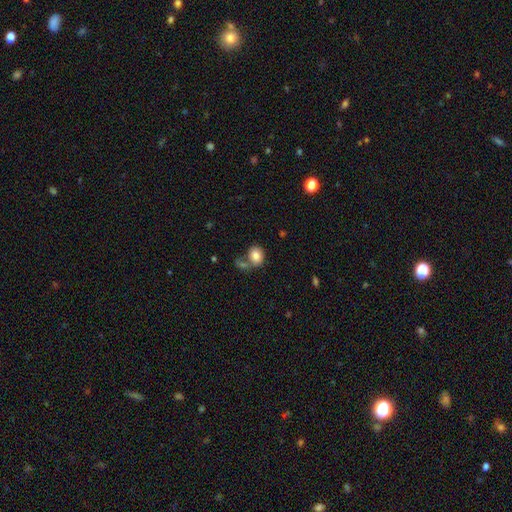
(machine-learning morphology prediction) Smooth or featured? smooth (83%)
How rounded? in between (50%)
Merging? none (44%)